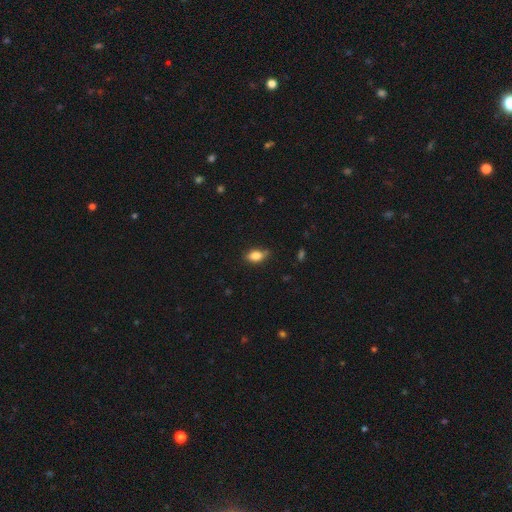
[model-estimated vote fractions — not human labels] The model was most divided on "merging": none: 67%, minor disturbance: 26%, major disturbance: 5%, merger: 2%. More confident: how rounded — in between (85%); smooth or featured — smooth (82%).